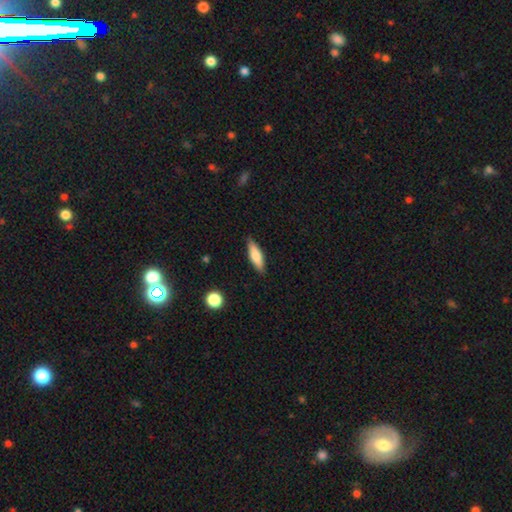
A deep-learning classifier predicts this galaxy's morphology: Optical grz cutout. It shows a smooth galaxy with no disk features (76%) that is cigar-shaped (54%). Merging: none (86%).